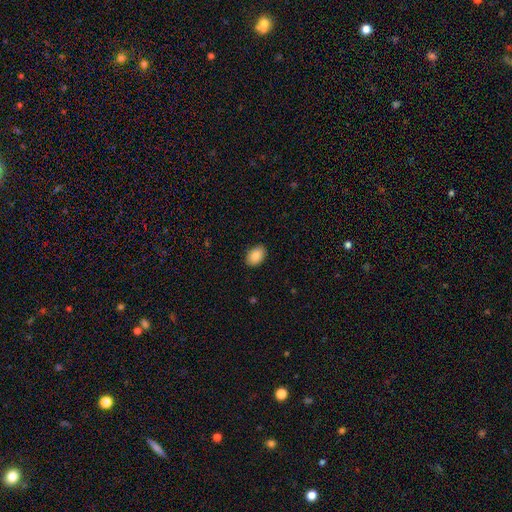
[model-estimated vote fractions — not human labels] A smooth galaxy with no disk features (85%) that is in between round and cigar-shaped (85%). Merging: none (88%).